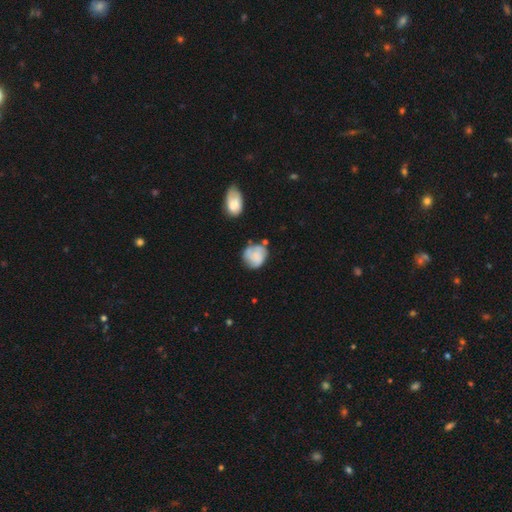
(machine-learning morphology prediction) smooth-or-featured: smooth: 58% | featured or disk: 34% | star or artifact: 8%
  how-rounded: round: 68% | in between: 31% | cigar-shaped: 1%
  merging: none: 54% | minor disturbance: 28% | major disturbance: 11% | merger: 7%